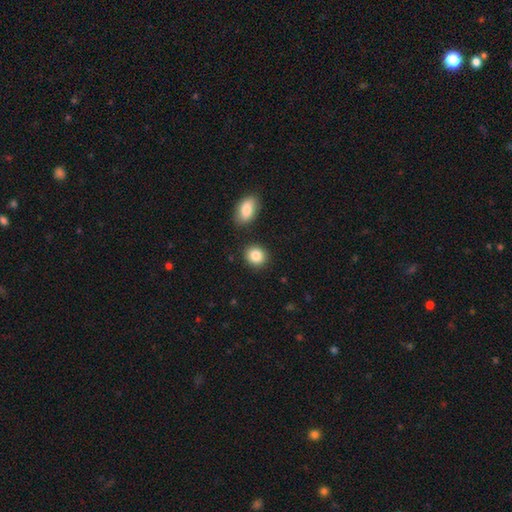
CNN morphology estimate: This appears to be a smooth galaxy with no disk features (87%) that is round (69%). Merging: none (85%).